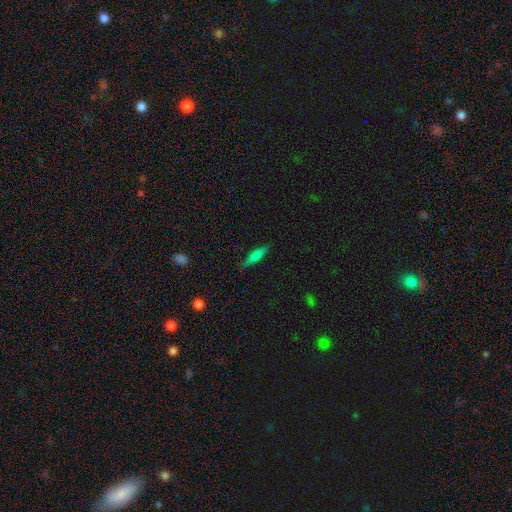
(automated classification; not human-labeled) smooth_or_featured: smooth (p=0.51) [alt: featured or disk p=0.41]
how_rounded: cigar-shaped (p=0.81) [alt: in between p=0.17]
merging: none (p=0.84) [alt: minor disturbance p=0.12]